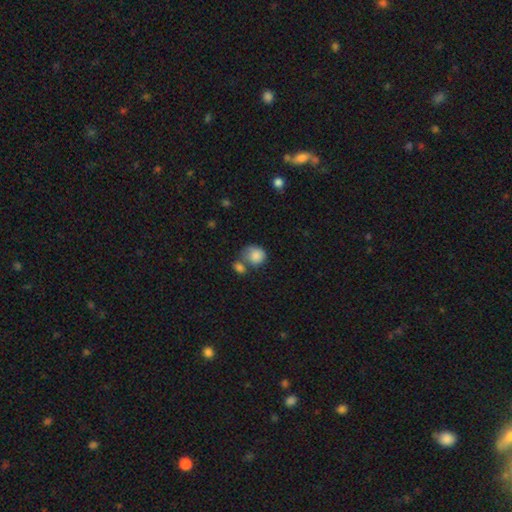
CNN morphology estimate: Q: Smooth or featured?
A: smooth (85%); runner-up: featured or disk (8%)
Q: How rounded?
A: round (71%); runner-up: in between (28%)
Q: Merging?
A: merger (37%); tied with: none (37%)